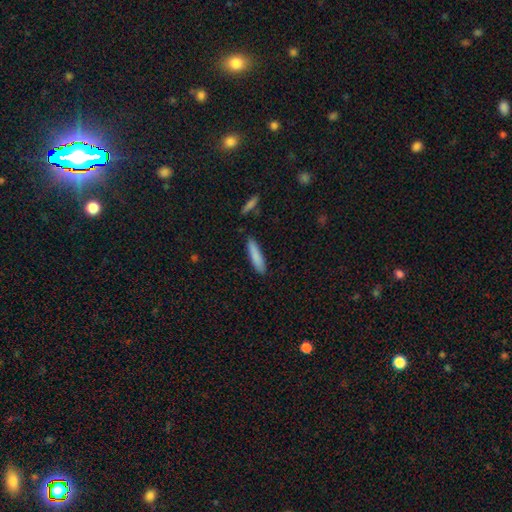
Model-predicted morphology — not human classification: A smooth galaxy with no disk features (85%) that is cigar-shaped (81%).

Vote fractions:
- Smooth or featured? smooth: 85% / featured or disk: 9% / star or artifact: 6%
- How rounded? cigar-shaped: 81% / in between: 18% / round: 1%
- Merging? none: 86% / minor disturbance: 10% / merger: 2% / major disturbance: 2%